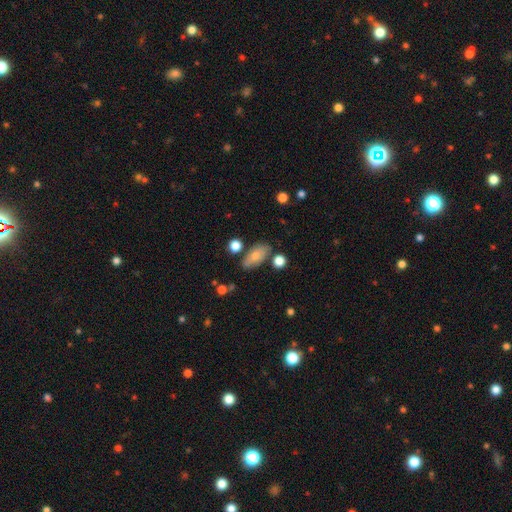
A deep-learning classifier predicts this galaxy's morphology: Smooth or featured? Predicted: smooth (p=0.75). How rounded? Predicted: in between (p=0.88). Merging? Predicted: none (p=0.71).